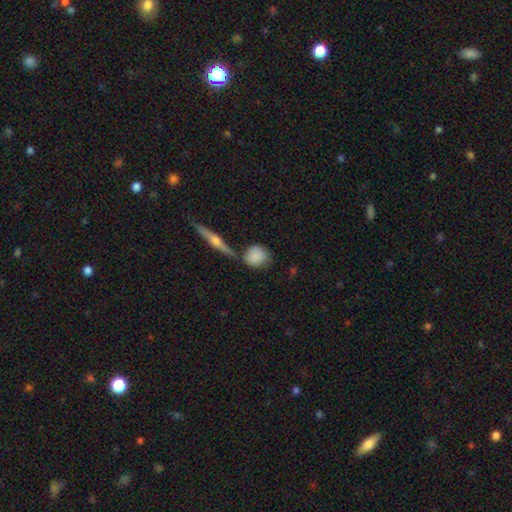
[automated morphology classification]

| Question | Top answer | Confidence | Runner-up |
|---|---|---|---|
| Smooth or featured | smooth | 79% | featured or disk (14%) |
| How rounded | round | 74% | in between (22%) |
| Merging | none | 63% | minor disturbance (19%) |